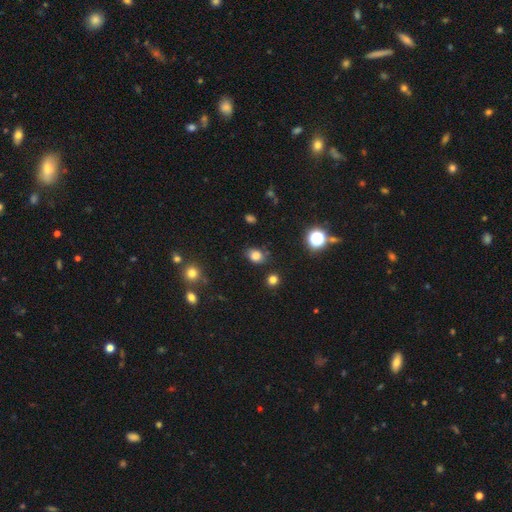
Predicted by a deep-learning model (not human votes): Smooth or featured? smooth (80%)
How rounded? in between (60%)
Merging? none (80%)